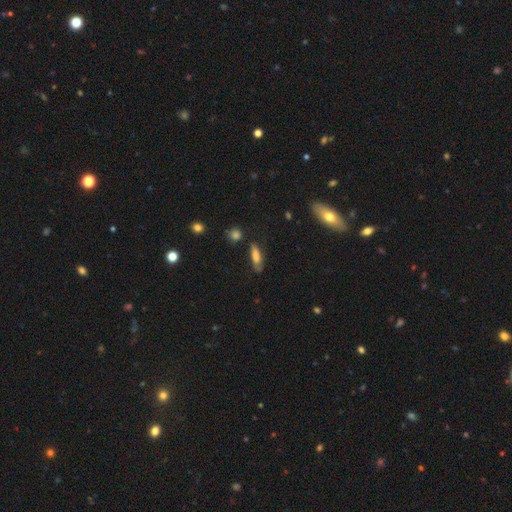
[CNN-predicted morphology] Smooth or featured? Predicted: smooth (p=0.72). How rounded? Predicted: cigar-shaped (p=0.53). Merging? Predicted: none (p=0.63).